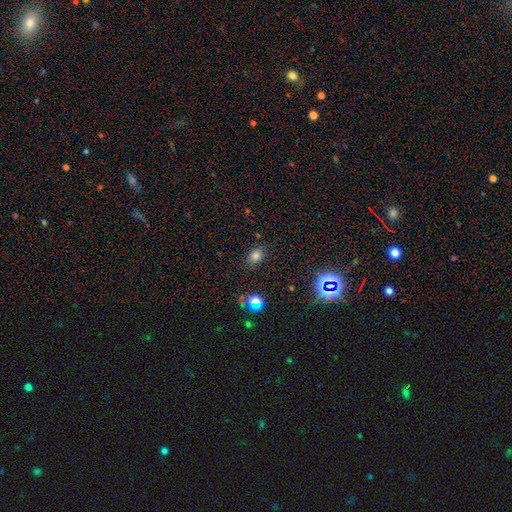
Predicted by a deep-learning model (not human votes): Smooth or featured: smooth — 74% (star or artifact — 19%)
How rounded: in between — 64% (round — 35%)
Merging: none — 82% (minor disturbance — 12%)